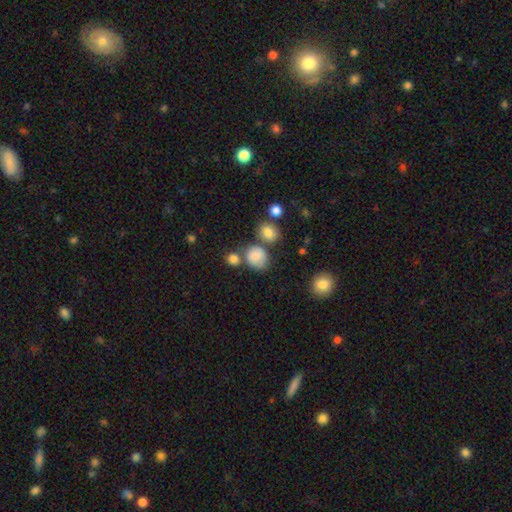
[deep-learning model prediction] Q: Smooth or featured?
A: smooth (80%); runner-up: star or artifact (11%)
Q: How rounded?
A: round (66%); runner-up: in between (33%)
Q: Merging?
A: none (57%); runner-up: merger (19%)